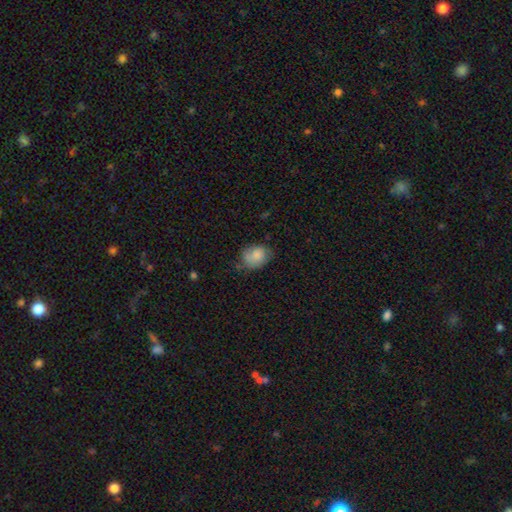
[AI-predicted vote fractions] Smooth or featured: smooth — 78% (featured or disk — 14%)
How rounded: in between — 62% (round — 37%)
Merging: none — 54% (minor disturbance — 33%)